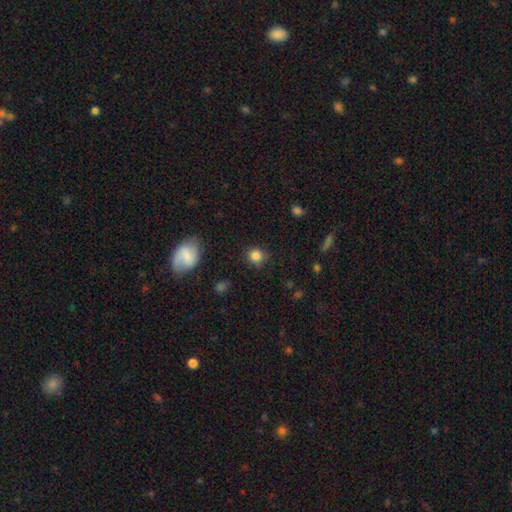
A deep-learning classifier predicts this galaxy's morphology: Smooth or featured: smooth — 85% (star or artifact — 11%)
How rounded: round — 85% (in between — 14%)
Merging: none — 80% (minor disturbance — 15%)